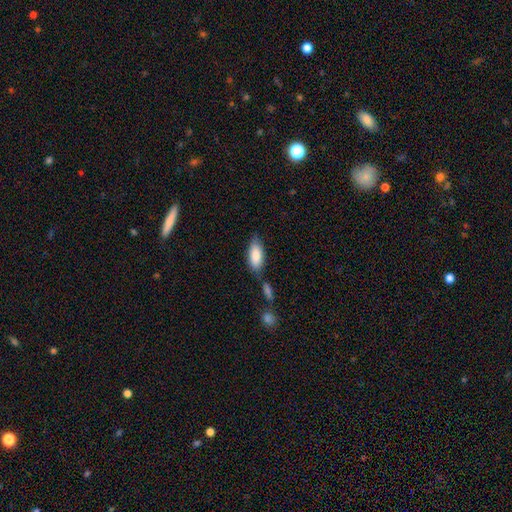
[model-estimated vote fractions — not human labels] smooth_or_featured: smooth (p=0.86) [alt: featured or disk p=0.08]
how_rounded: in between (p=0.85) [alt: cigar-shaped p=0.13]
merging: none (p=0.66) [alt: minor disturbance p=0.18]